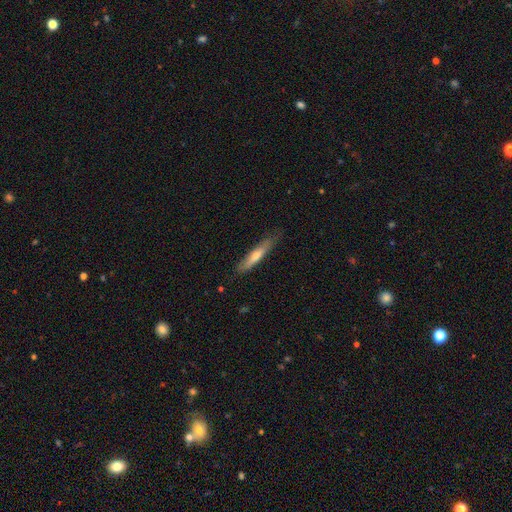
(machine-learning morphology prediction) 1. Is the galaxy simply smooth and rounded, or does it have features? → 57% smooth, 37% featured or disk, 6% star or artifact.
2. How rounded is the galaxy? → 88% cigar-shaped, 10% in between, 1% round.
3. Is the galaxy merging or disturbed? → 79% none, 17% minor disturbance, 3% major disturbance, 1% merger.